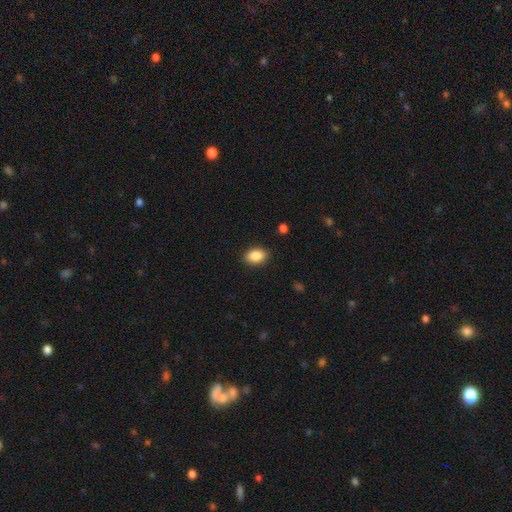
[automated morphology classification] Smooth or featured?
  - smooth: 88% *
  - star or artifact: 8%
  - featured or disk: 4%
How rounded?
  - in between: 86% *
  - round: 13%
  - cigar-shaped: 1%
Merging?
  - none: 88% *
  - minor disturbance: 9%
  - major disturbance: 2%
  - merger: 1%